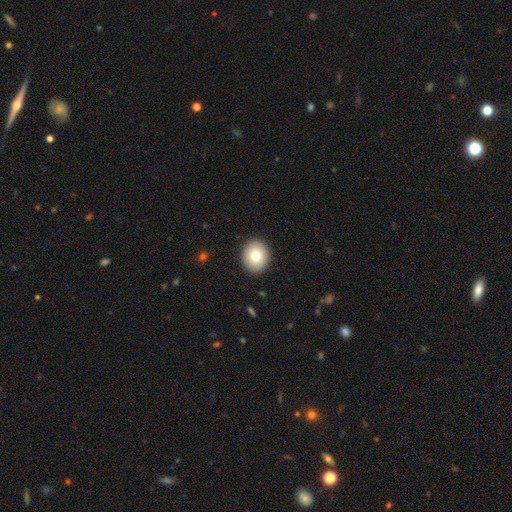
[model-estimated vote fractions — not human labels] Smooth or featured? Predicted: smooth (p=0.79). How rounded? Predicted: round (p=0.62). Merging? Predicted: none (p=0.91).